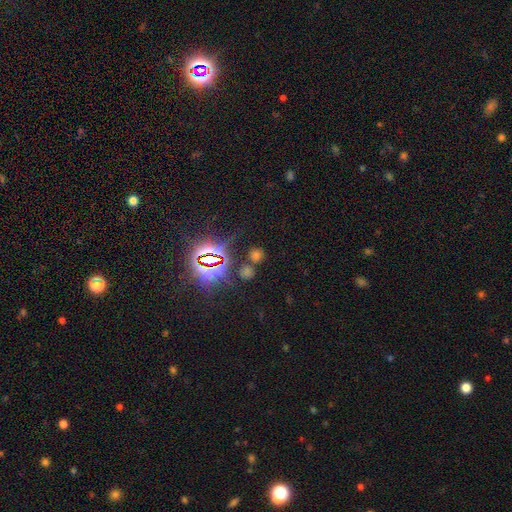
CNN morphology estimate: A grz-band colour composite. It shows a star or artifact, not a galaxy (51%).